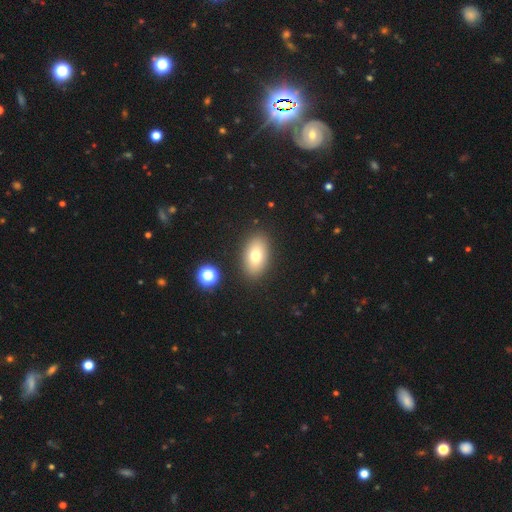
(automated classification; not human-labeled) smooth 74%, featured or disk 16%, star or artifact 10%. Down the decision tree: how rounded — in between (88%); merging — none (88%).